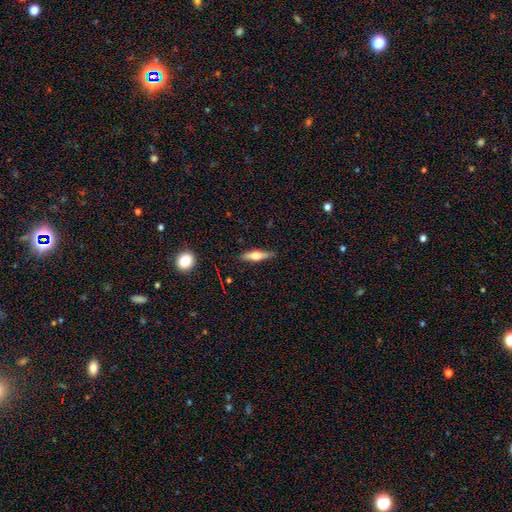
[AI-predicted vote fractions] Smooth or featured? Predicted: smooth (p=0.47). Merging? Predicted: none (p=0.85).